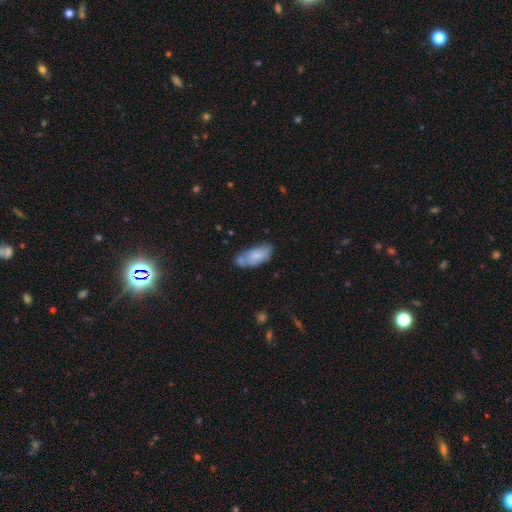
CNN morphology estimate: Overall: smooth (73%). How rounded: in between (87%). Merging: none (43%; merger 26%).